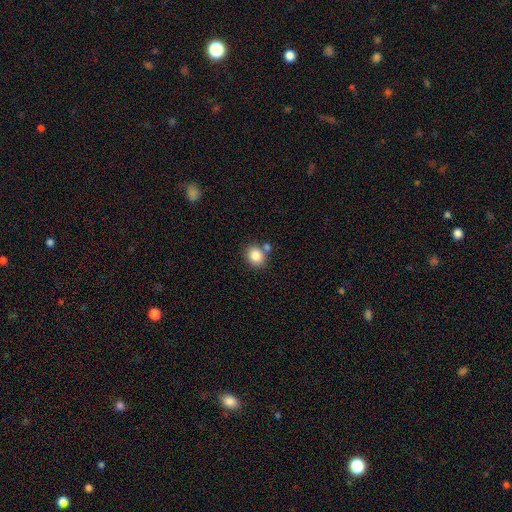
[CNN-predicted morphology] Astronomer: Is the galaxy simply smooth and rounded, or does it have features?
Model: smooth — 85%.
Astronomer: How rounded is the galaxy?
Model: round — 68%.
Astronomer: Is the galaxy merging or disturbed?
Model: none — 70%.